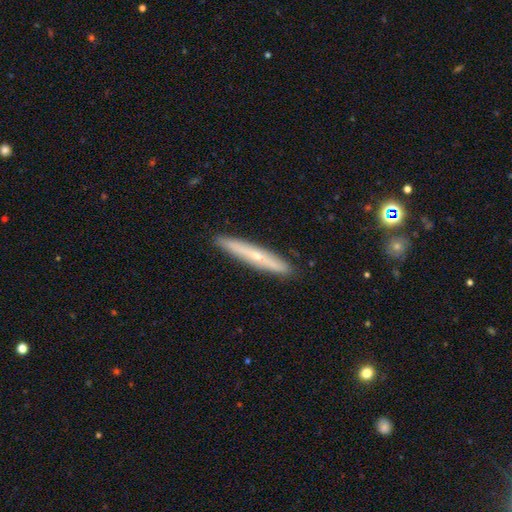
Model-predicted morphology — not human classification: type=featured or disk (54%); edge-on=yes (90%); merging=none (90%).